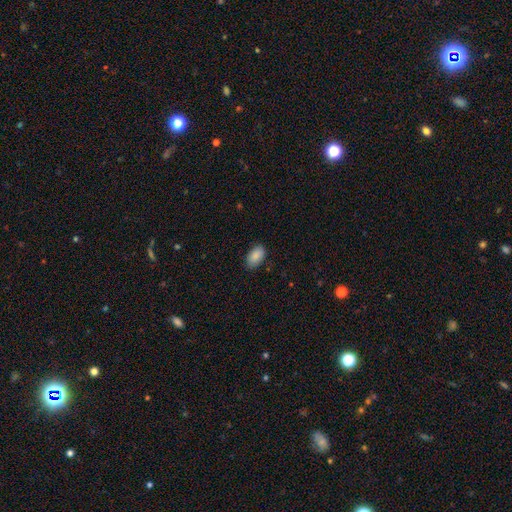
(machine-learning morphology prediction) The model was most divided on "merging": none: 84%, minor disturbance: 12%, major disturbance: 2%, merger: 1%. More confident: how rounded — in between (92%); smooth or featured — smooth (87%).